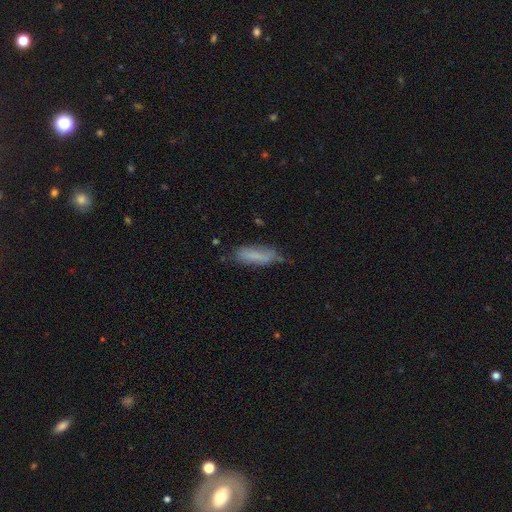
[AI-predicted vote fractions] smooth 73%, featured or disk 19%, star or artifact 8%. Down the decision tree: how rounded — cigar-shaped (54%); merging — none (59%).